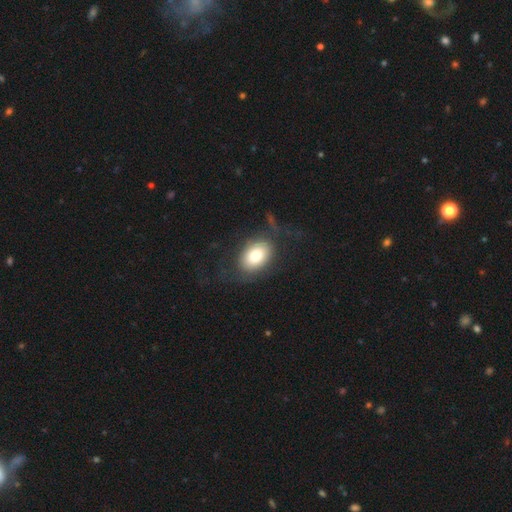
This appears to be a smooth galaxy with no disk features (74%) that is in between round and cigar-shaped (93%). Merging: none (62%).